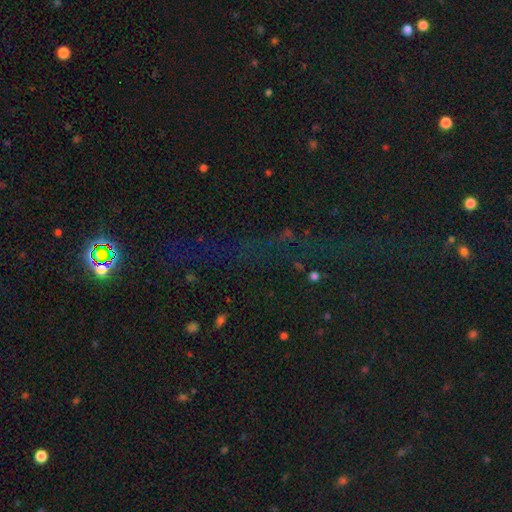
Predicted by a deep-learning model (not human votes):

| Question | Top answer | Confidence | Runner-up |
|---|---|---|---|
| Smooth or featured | star or artifact | 73% | smooth (16%) |